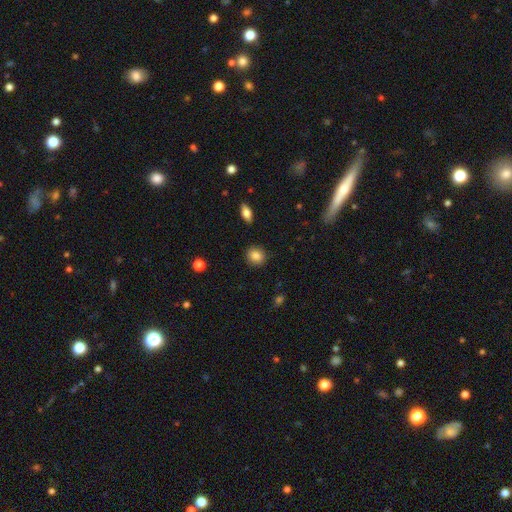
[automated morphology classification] Overall: smooth (86%). How rounded: round (81%). Merging: none (90%).